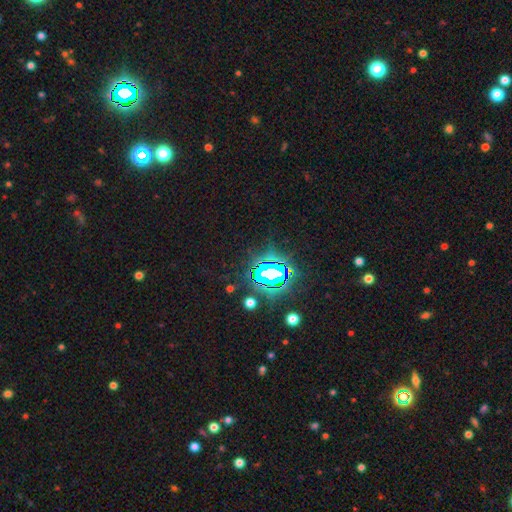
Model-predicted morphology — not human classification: Q: Smooth or featured?
A: star or artifact (81%); runner-up: smooth (12%)